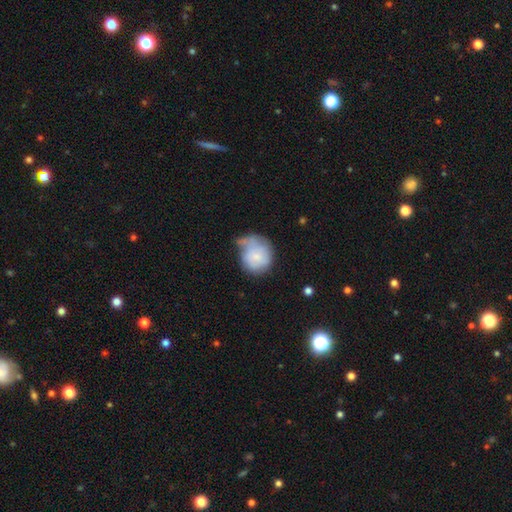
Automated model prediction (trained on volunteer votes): A smooth galaxy with no disk features (68%) that is round (79%). Merging: minor disturbance (36%).